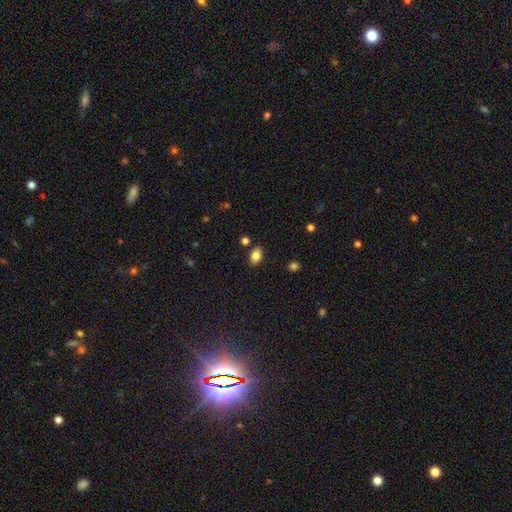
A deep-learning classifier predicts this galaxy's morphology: smooth_or_featured: smooth (p=0.82) [alt: star or artifact p=0.09]
how_rounded: in between (p=0.86) [alt: round p=0.12]
merging: none (p=0.84) [alt: minor disturbance p=0.11]